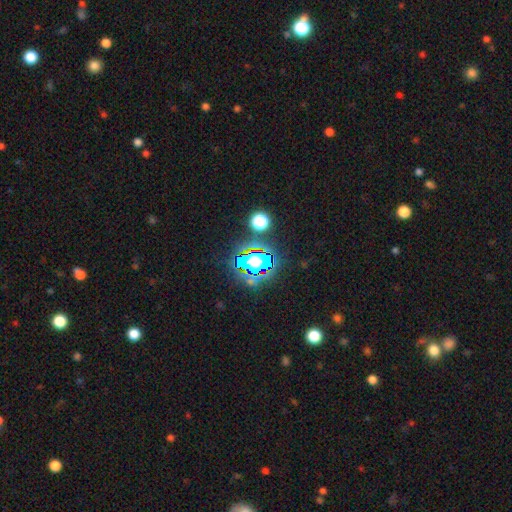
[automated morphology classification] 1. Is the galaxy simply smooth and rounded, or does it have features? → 69% star or artifact, 20% smooth, 11% featured or disk.